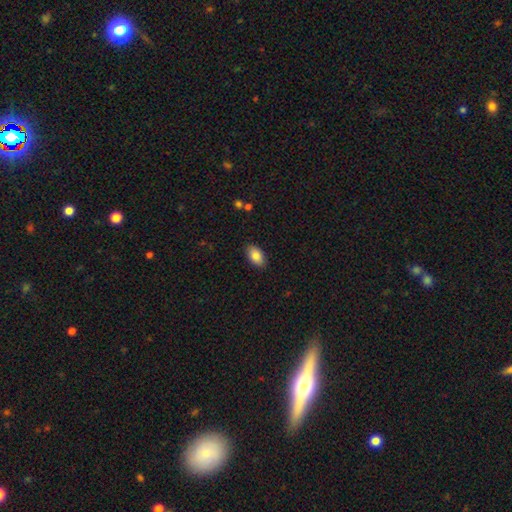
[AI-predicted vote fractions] smooth_or_featured: smooth (p=0.86) [alt: star or artifact p=0.07]
how_rounded: in between (p=0.93) [alt: round p=0.06]
merging: none (p=0.87) [alt: minor disturbance p=0.10]